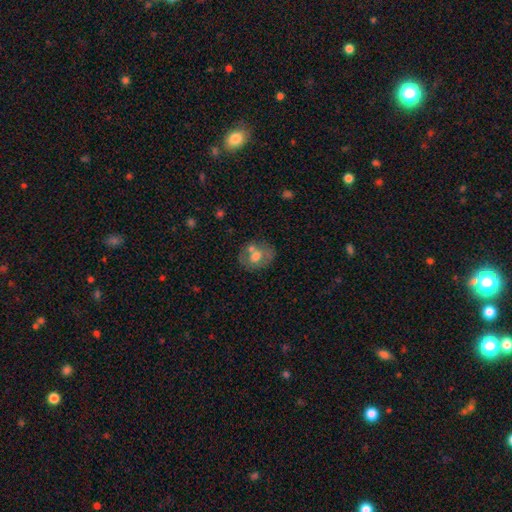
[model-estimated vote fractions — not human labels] The model was most divided on "how rounded": round: 53%, in between: 46%, cigar-shaped: 1%. More confident: smooth or featured — smooth (57%); merging — none (51%).